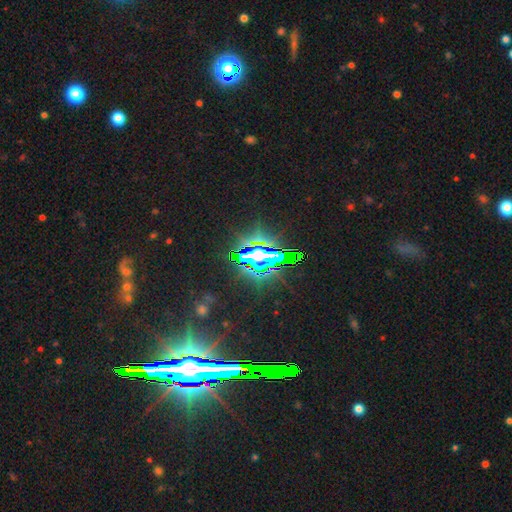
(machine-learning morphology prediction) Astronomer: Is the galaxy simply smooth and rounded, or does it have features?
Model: star or artifact — 76%.